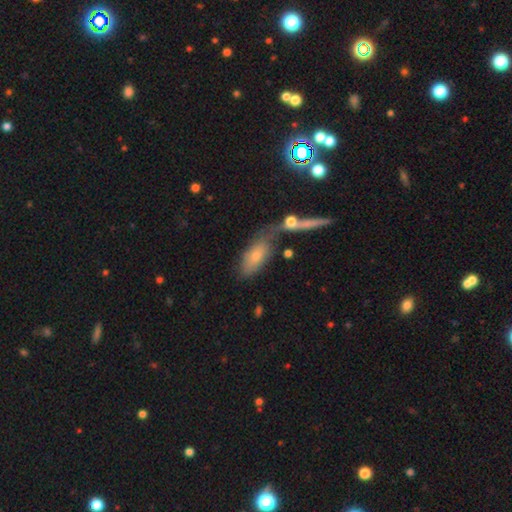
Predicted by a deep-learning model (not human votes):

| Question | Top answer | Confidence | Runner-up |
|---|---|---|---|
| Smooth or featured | smooth | 61% | featured or disk (27%) |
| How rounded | in between | 77% | cigar-shaped (18%) |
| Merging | none | 48% | merger (27%) |